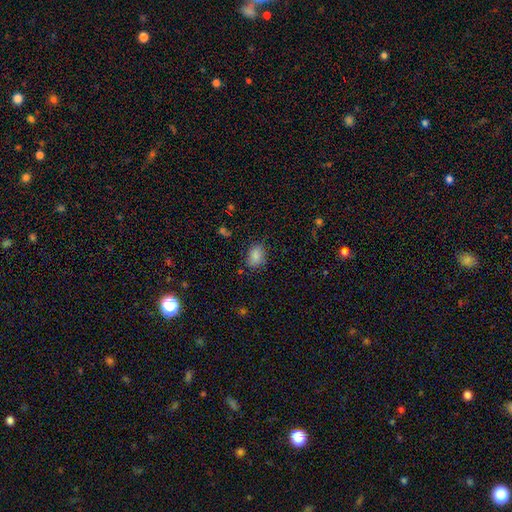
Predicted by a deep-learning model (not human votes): A smooth galaxy with no disk features (85%) that is in between round and cigar-shaped (74%).

Vote fractions:
- Smooth or featured? smooth: 85% / star or artifact: 9% / featured or disk: 6%
- How rounded? in between: 74% / round: 25% / cigar-shaped: 1%
- Merging? none: 75% / minor disturbance: 19% / major disturbance: 4% / merger: 2%